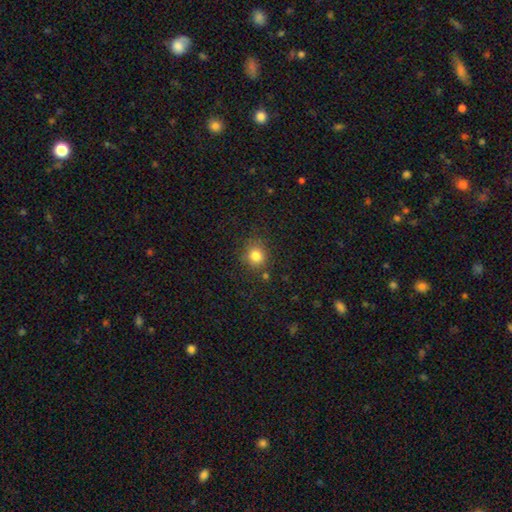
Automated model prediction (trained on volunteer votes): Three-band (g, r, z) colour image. It shows a smooth galaxy with no disk features (82%) that is round (82%). Merging: none (80%).